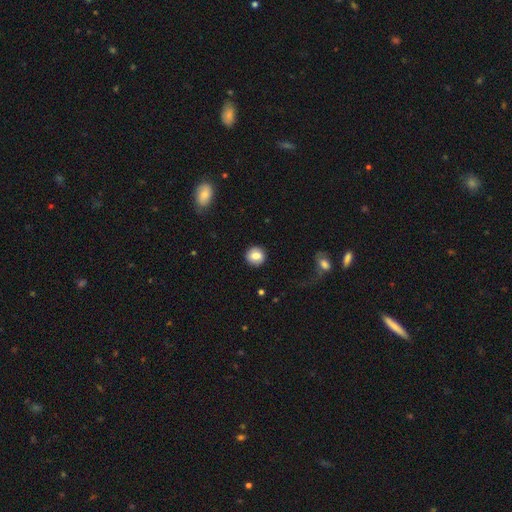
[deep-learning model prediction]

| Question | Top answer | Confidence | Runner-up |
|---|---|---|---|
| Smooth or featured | smooth | 80% | featured or disk (11%) |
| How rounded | round | 87% | in between (12%) |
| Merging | none | 89% | minor disturbance (7%) |